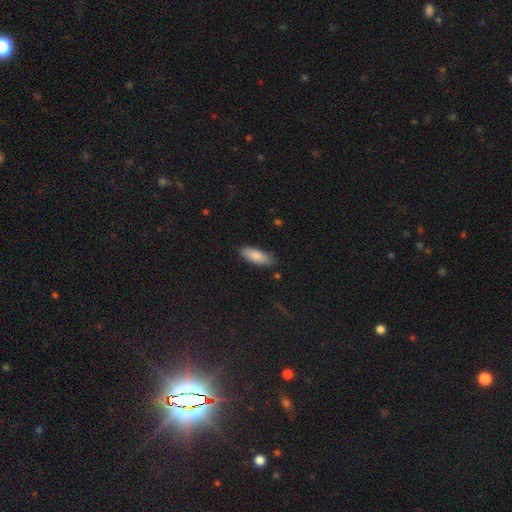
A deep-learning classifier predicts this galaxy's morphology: This is clearly a smooth galaxy (85%). How rounded: likely in between (67%). Merging: clearly none (84%).